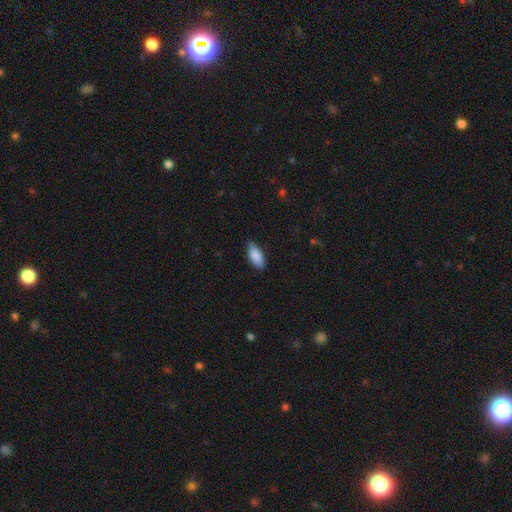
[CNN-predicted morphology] This is clearly a smooth galaxy (88%). How rounded: clearly in between (87%). Merging: clearly none (84%).